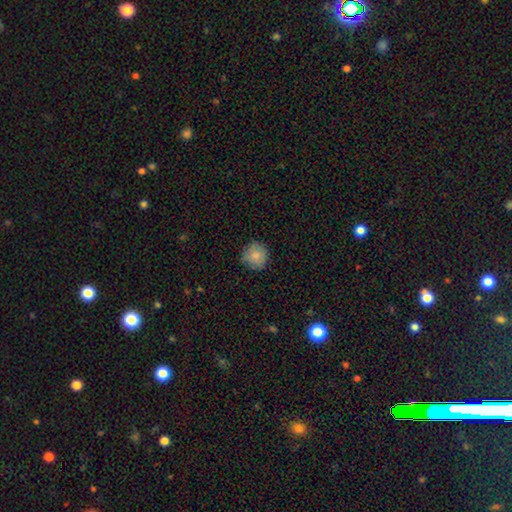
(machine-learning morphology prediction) smooth-or-featured: smooth: 85% | star or artifact: 8% | featured or disk: 7%
  how-rounded: round: 90% | in between: 9% | cigar-shaped: 1%
  merging: none: 84% | minor disturbance: 12% | major disturbance: 2% | merger: 1%